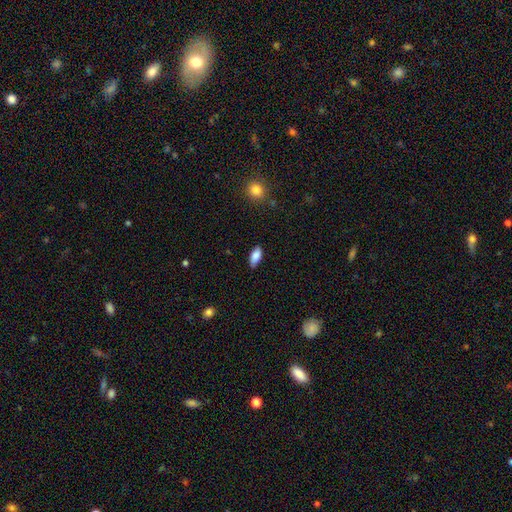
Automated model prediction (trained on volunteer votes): Smooth or featured: smooth — 86% (featured or disk — 8%)
How rounded: in between — 87% (cigar-shaped — 11%)
Merging: none — 81% (minor disturbance — 15%)